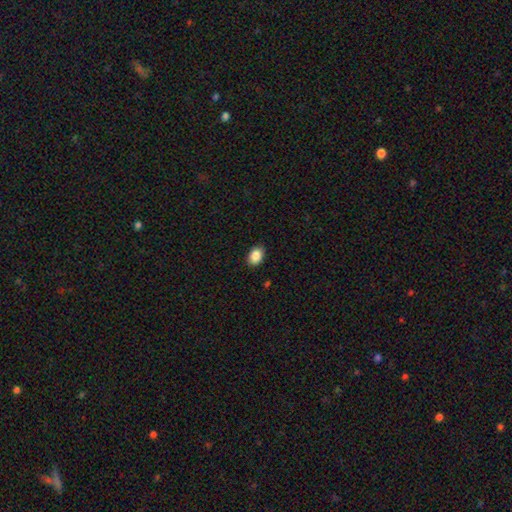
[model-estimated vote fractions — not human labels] smooth-or-featured: smooth: 88% | star or artifact: 8% | featured or disk: 4%
  how-rounded: in between: 77% | round: 22% | cigar-shaped: 1%
  merging: none: 88% | minor disturbance: 9% | major disturbance: 2% | merger: 1%